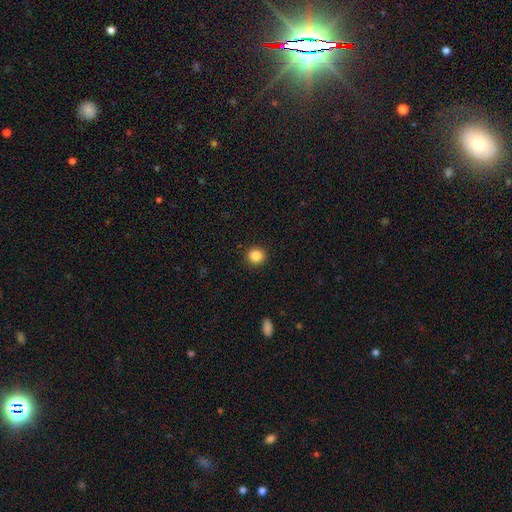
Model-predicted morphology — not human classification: type=smooth (86%); roundness=round (92%); merging=none (92%).